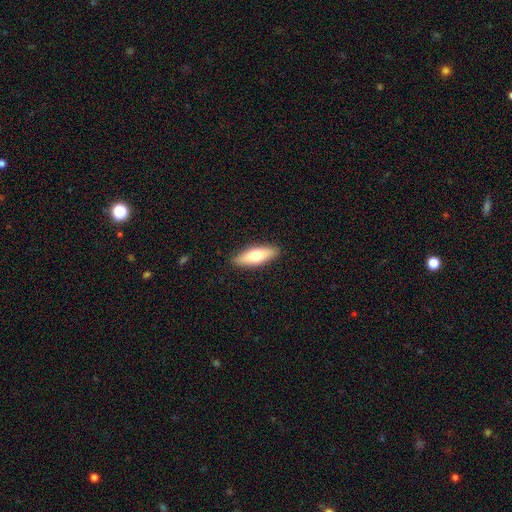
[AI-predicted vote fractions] The model was most divided on "how rounded": in between: 58%, cigar-shaped: 40%, round: 2%. More confident: merging — none (89%); smooth or featured — smooth (66%).